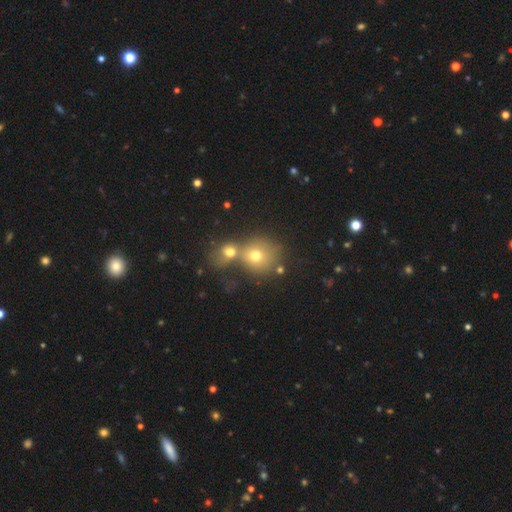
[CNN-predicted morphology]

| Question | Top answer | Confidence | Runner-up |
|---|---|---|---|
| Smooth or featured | smooth | 67% | star or artifact (17%) |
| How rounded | round | 83% | in between (16%) |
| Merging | merger | 52% | none (36%) |